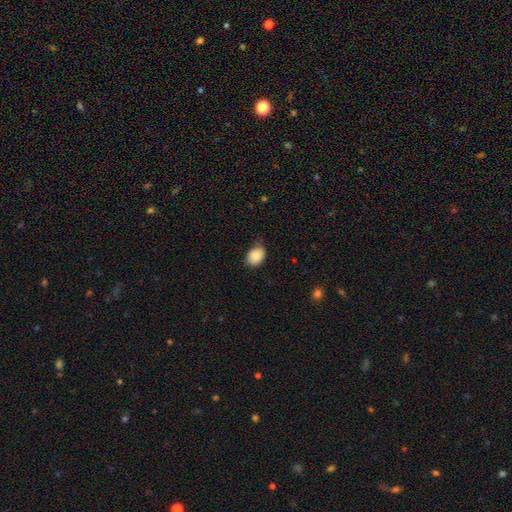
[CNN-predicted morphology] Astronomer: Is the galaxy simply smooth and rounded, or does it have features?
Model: smooth — 84%.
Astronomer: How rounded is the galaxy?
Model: in between — 69%.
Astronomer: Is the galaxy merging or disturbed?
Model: none — 73%.